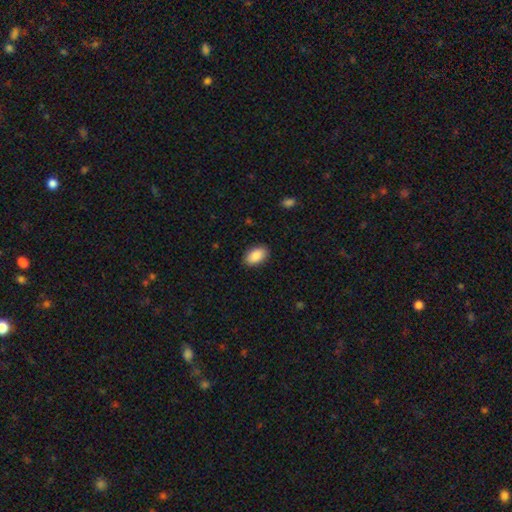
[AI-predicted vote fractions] Q: Smooth or featured?
A: smooth (88%); runner-up: star or artifact (7%)
Q: How rounded?
A: in between (93%); runner-up: round (6%)
Q: Merging?
A: none (89%); runner-up: minor disturbance (8%)